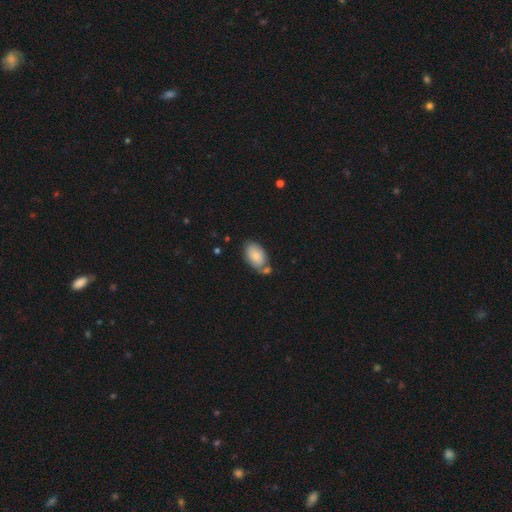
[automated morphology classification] This appears to be a smooth galaxy with no disk features (82%) that is in between round and cigar-shaped (93%). Merging: none (57%).